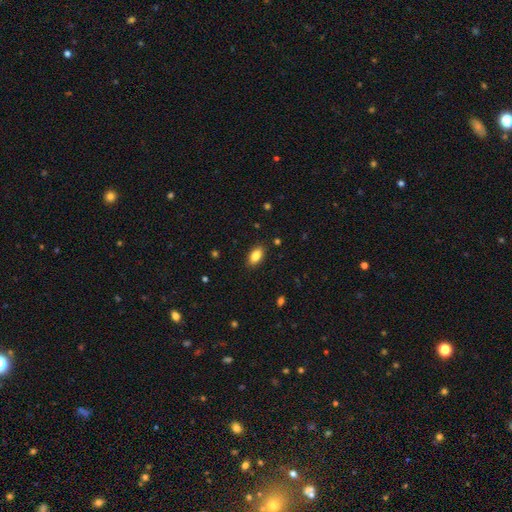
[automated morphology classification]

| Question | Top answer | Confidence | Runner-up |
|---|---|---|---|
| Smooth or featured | smooth | 86% | star or artifact (8%) |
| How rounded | in between | 91% | round (6%) |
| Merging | none | 88% | minor disturbance (9%) |